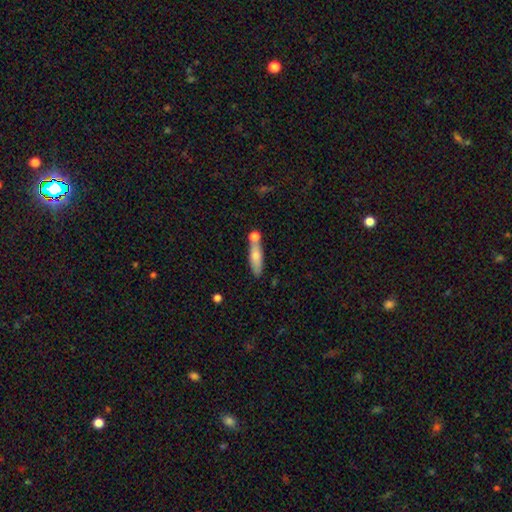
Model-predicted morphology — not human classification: A smooth galaxy with no disk features (71%) that is cigar-shaped (60%).

Vote fractions:
- Smooth or featured? smooth: 71% / featured or disk: 23% / star or artifact: 6%
- How rounded? cigar-shaped: 60% / in between: 37% / round: 3%
- Merging? none: 54% / merger: 26% / minor disturbance: 15% / major disturbance: 5%